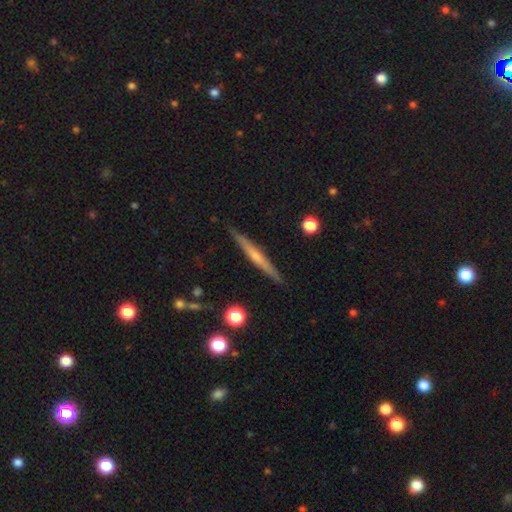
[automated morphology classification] This is possibly a featured or disk galaxy (56%). It is clearly viewed edge-on (97%). Edge-on bulge: possibly none (48%). Merging: clearly none (89%).